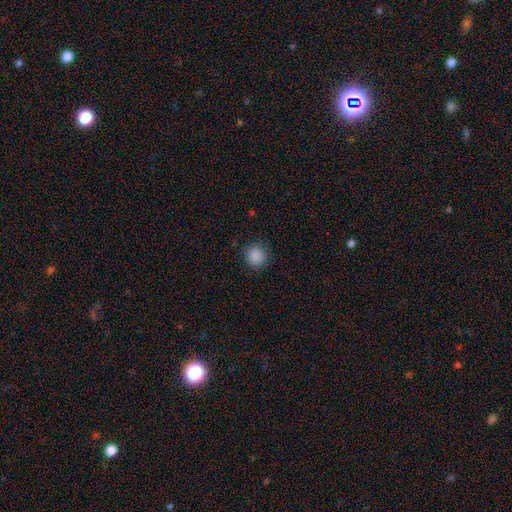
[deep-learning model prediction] Morphology: type=smooth (87%); roundness=round (90%); merging=none (89%).